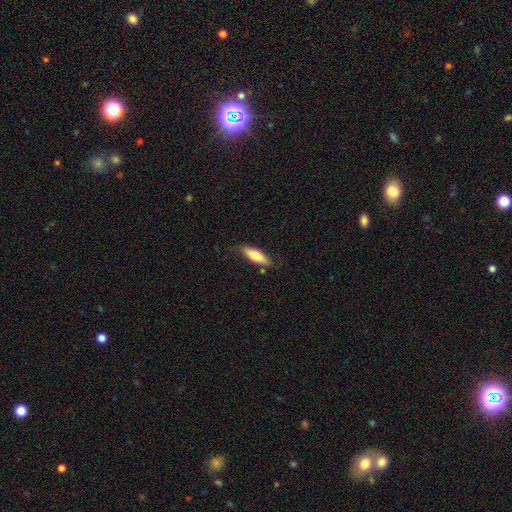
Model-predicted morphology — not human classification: Smooth or featured: smooth — 73% (featured or disk — 21%)
How rounded: in between — 50% (cigar-shaped — 48%)
Merging: none — 76% (minor disturbance — 18%)